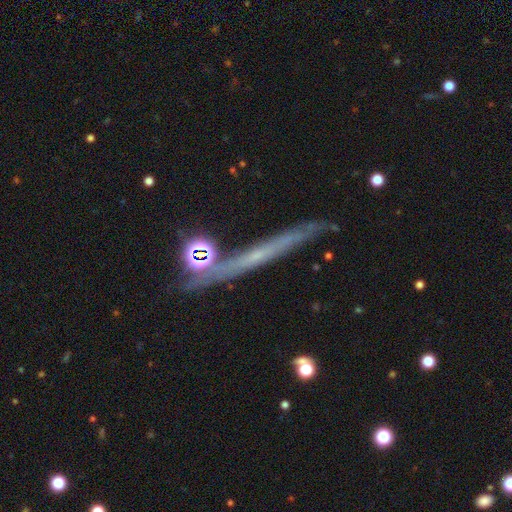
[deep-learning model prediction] Smooth or featured?
  - featured or disk: 59% *
  - smooth: 25%
  - star or artifact: 16%
Edge-on disk?
  - yes: 89% *
  - no: 11%
Edge-on bulge?
  - none: 74% *
  - rounded: 20%
  - boxy: 6%
Merging?
  - none: 74% *
  - minor disturbance: 13%
  - merger: 8%
  - major disturbance: 5%